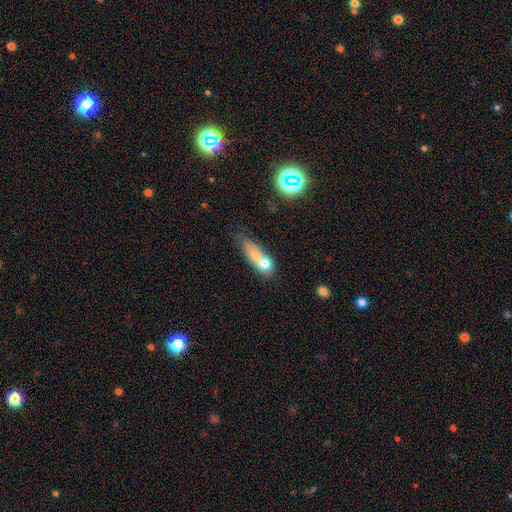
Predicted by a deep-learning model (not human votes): Morphology: type=smooth (62%); roundness=in between (51%); merging=merger (48%).